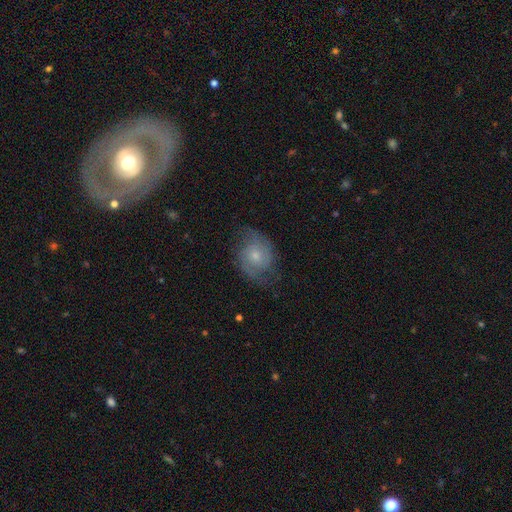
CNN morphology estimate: A featured or disk galaxy (67%) with no bar (74%), 2 (83%) medium (47%) spiral arms (89%) and a small central bulge (58%). Merging: none (67%).